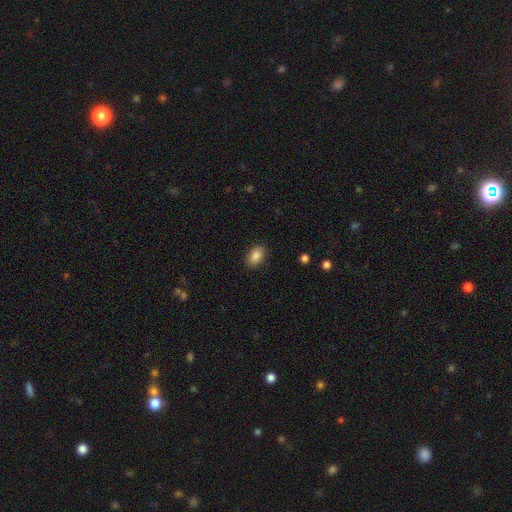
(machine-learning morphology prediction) Smooth or featured? smooth (87%)
How rounded? in between (88%)
Merging? none (88%)